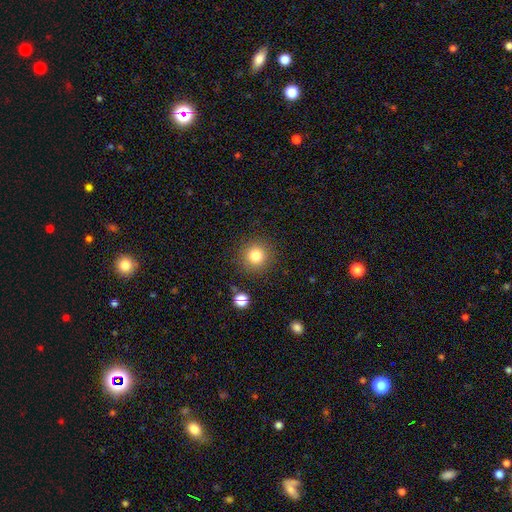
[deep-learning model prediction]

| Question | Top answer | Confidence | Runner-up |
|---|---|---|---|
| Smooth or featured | smooth | 80% | star or artifact (13%) |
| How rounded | round | 94% | in between (5%) |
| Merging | none | 88% | minor disturbance (7%) |